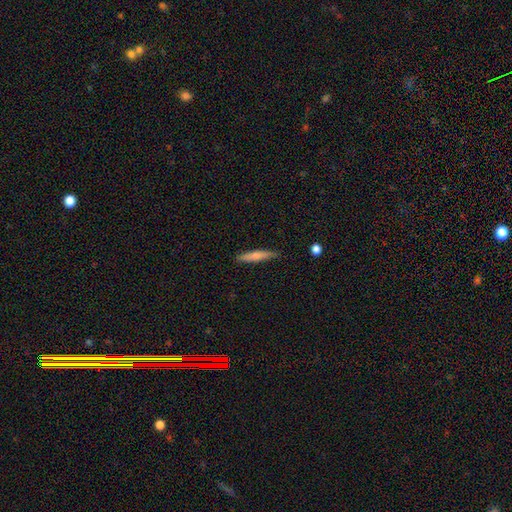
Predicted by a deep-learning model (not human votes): Smooth or featured?
  - smooth: 71% *
  - featured or disk: 23%
  - star or artifact: 6%
How rounded?
  - cigar-shaped: 91% *
  - in between: 7%
  - round: 1%
Merging?
  - none: 84% *
  - minor disturbance: 13%
  - major disturbance: 2%
  - merger: 2%